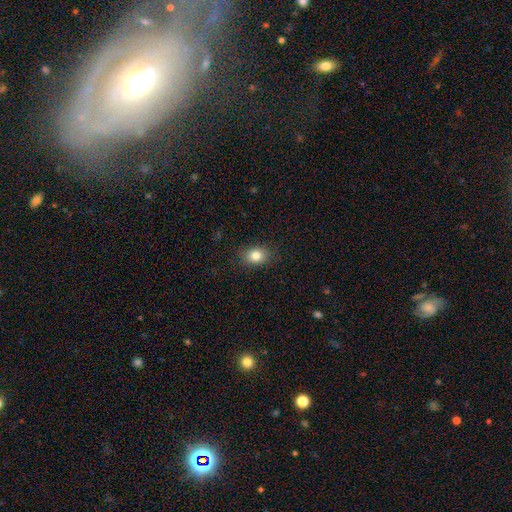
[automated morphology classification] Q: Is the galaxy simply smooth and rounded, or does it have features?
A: smooth — 82%.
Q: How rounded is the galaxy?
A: in between — 58%.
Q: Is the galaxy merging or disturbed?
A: none — 86%.